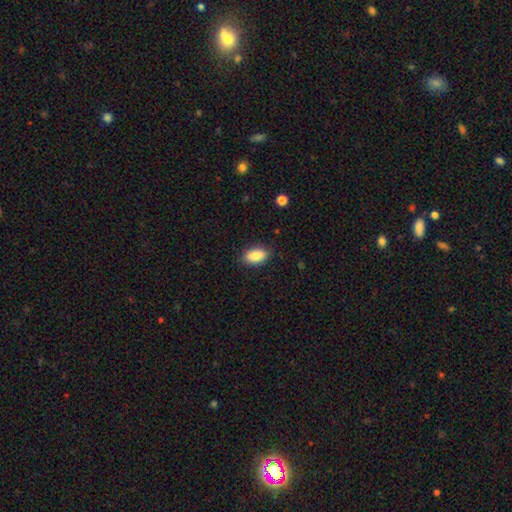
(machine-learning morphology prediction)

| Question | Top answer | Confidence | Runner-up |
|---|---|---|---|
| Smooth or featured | smooth | 87% | star or artifact (7%) |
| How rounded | in between | 90% | cigar-shaped (6%) |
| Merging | none | 87% | minor disturbance (10%) |